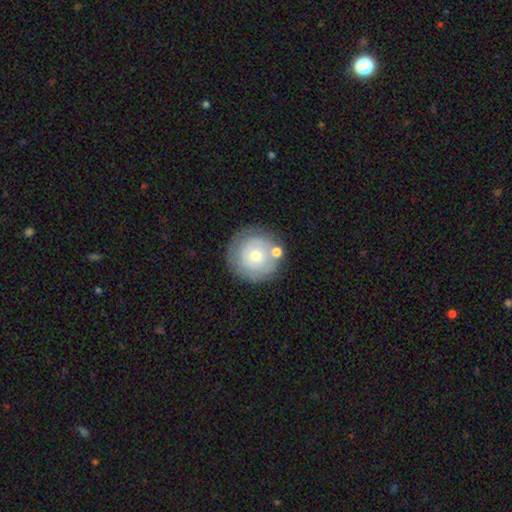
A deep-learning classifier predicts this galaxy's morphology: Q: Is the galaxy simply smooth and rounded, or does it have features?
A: smooth — 51%.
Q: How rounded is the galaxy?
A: round — 94%.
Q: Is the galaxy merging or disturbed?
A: none — 73%.